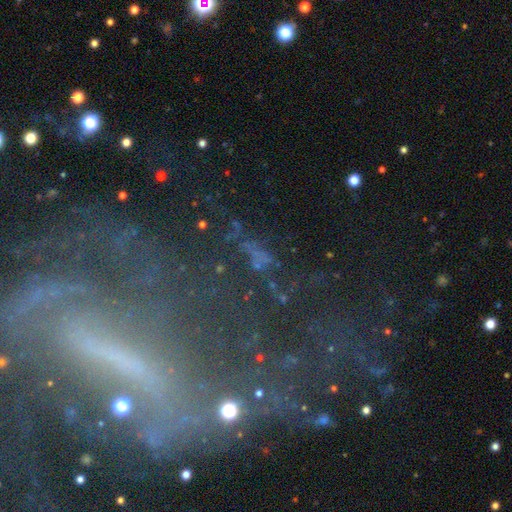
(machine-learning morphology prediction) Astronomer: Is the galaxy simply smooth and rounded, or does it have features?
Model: star or artifact — 56%.